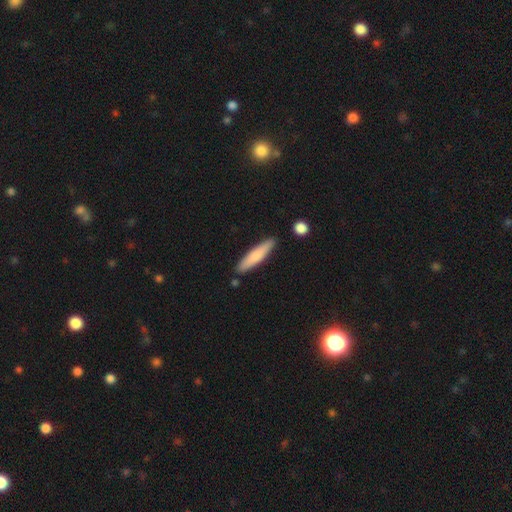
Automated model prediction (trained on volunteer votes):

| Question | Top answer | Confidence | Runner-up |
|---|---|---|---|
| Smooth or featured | smooth | 74% | featured or disk (21%) |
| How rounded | cigar-shaped | 86% | in between (13%) |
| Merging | none | 86% | minor disturbance (9%) |